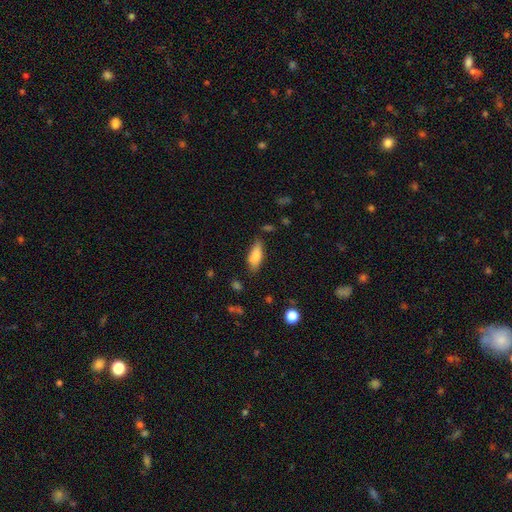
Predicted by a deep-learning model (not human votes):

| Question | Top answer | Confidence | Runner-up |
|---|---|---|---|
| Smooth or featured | smooth | 78% | featured or disk (15%) |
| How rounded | in between | 75% | cigar-shaped (23%) |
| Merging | none | 72% | minor disturbance (21%) |